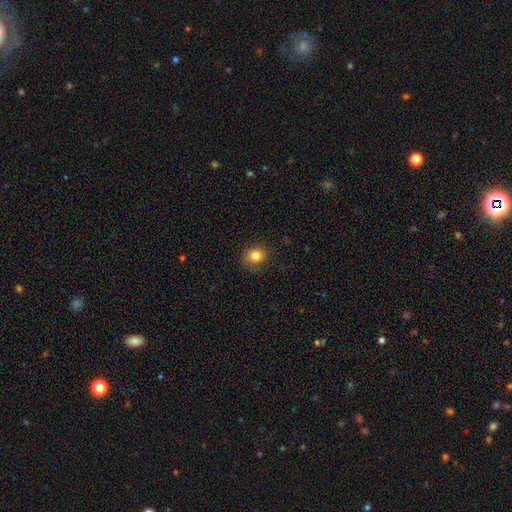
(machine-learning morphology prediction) Smooth or featured? smooth (82%)
How rounded? round (77%)
Merging? none (85%)